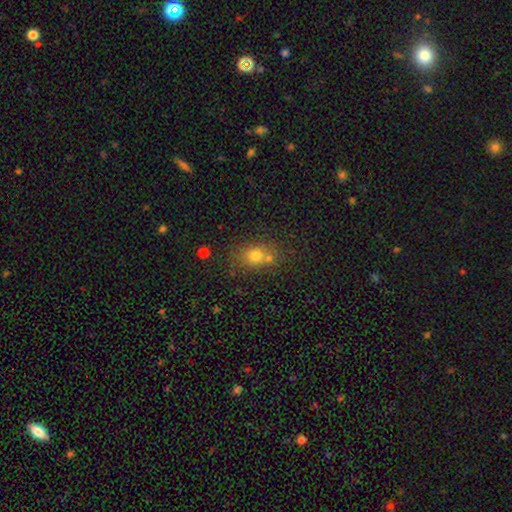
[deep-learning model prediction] smooth 73%, star or artifact 15%, featured or disk 12%. Down the decision tree: how rounded — round (56%); merging — none (53%).